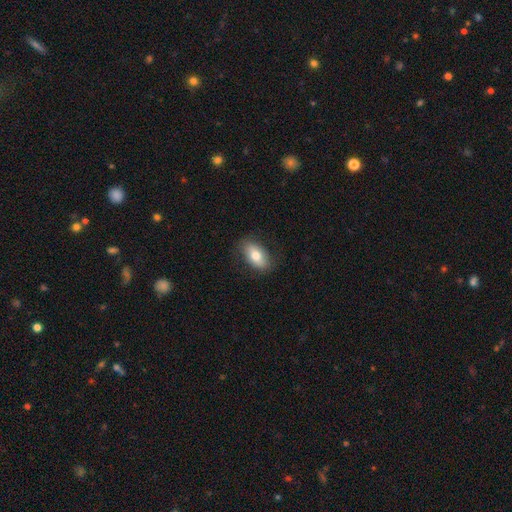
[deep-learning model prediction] The model was most divided on "smooth or featured": smooth: 73%, featured or disk: 20%, star or artifact: 7%. More confident: how rounded — in between (90%); merging — none (83%).